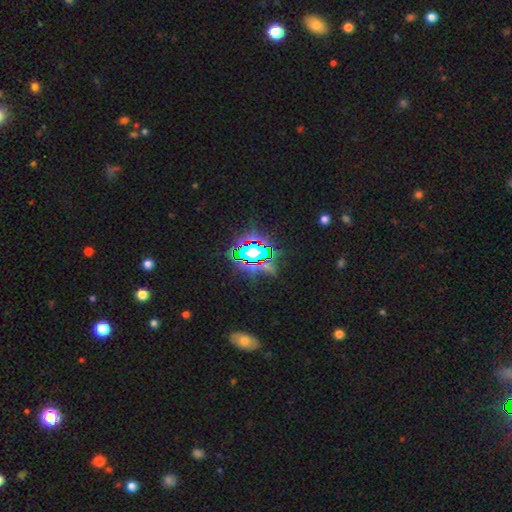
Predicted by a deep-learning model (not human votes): star or artifact 77%, smooth 14%, featured or disk 9%.